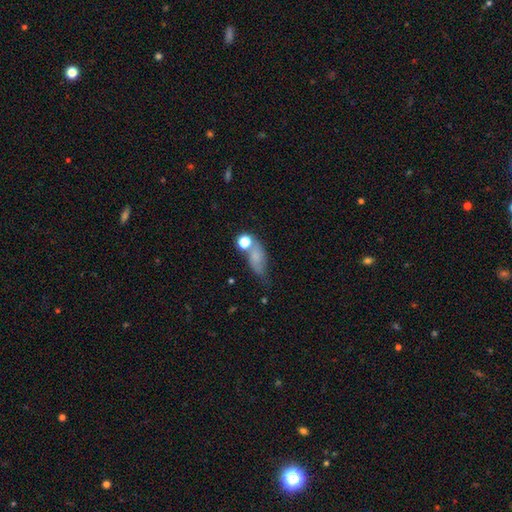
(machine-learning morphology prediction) Overall: smooth (66%). How rounded: in between (72%). Merging: none (38%; minor disturbance 26%).